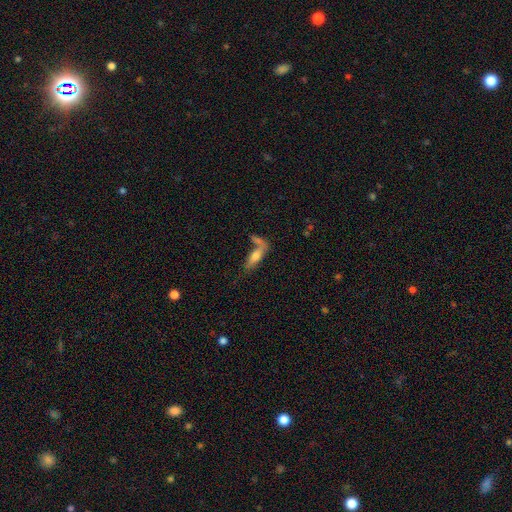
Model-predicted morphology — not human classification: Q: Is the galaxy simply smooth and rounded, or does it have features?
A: smooth — 64%.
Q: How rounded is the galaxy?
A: in between — 51%.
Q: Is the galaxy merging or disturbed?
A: none — 40%.